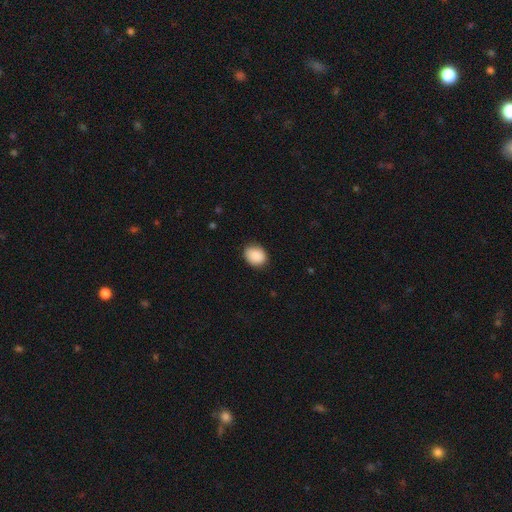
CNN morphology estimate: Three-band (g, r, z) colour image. It shows a smooth galaxy with no disk features (89%) that is in between round and cigar-shaped (51%). Merging: none (82%).